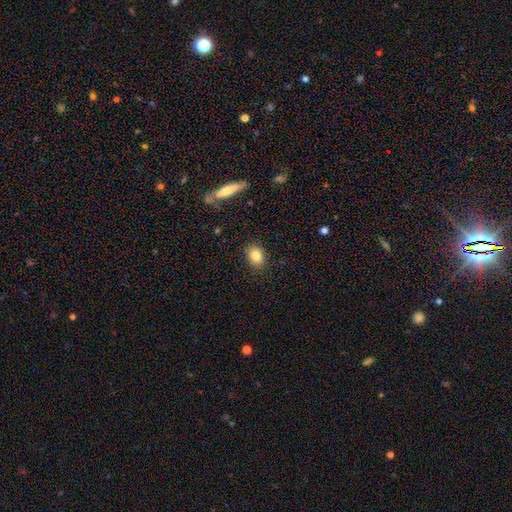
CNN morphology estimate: Smooth or featured? Predicted: smooth (p=0.82). How rounded? Predicted: in between (p=0.60). Merging? Predicted: none (p=0.85).